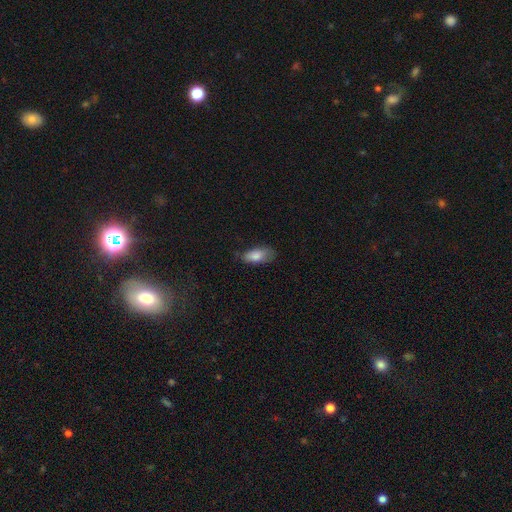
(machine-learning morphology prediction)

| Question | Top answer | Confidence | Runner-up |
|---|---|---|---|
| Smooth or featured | smooth | 82% | featured or disk (11%) |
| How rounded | in between | 86% | cigar-shaped (12%) |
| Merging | none | 63% | minor disturbance (28%) |